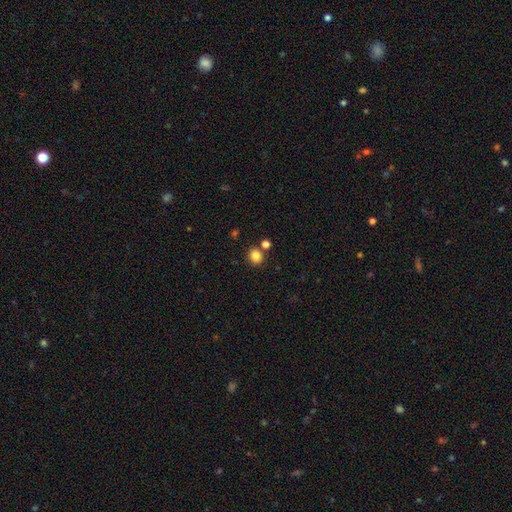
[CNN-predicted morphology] Smooth or featured? smooth (84%)
How rounded? round (69%)
Merging? none (78%)